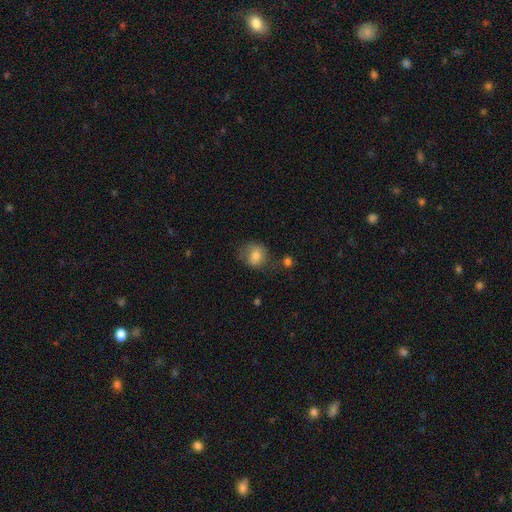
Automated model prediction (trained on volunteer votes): A smooth galaxy with no disk features (71%) that is round (69%).

Vote fractions:
- Smooth or featured? smooth: 71% / featured or disk: 20% / star or artifact: 9%
- How rounded? round: 69% / in between: 30% / cigar-shaped: 1%
- Merging? none: 58% / minor disturbance: 25% / major disturbance: 12% / merger: 5%